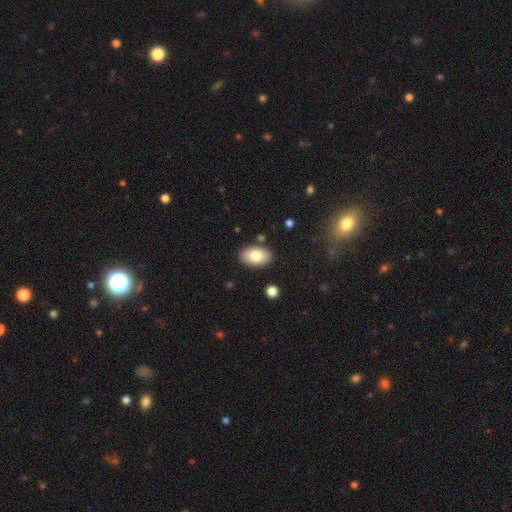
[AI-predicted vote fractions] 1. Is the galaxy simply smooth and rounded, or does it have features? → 81% smooth, 12% featured or disk, 7% star or artifact.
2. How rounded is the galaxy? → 90% in between, 9% round, 1% cigar-shaped.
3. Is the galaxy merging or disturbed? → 86% none, 9% minor disturbance, 2% merger, 2% major disturbance.